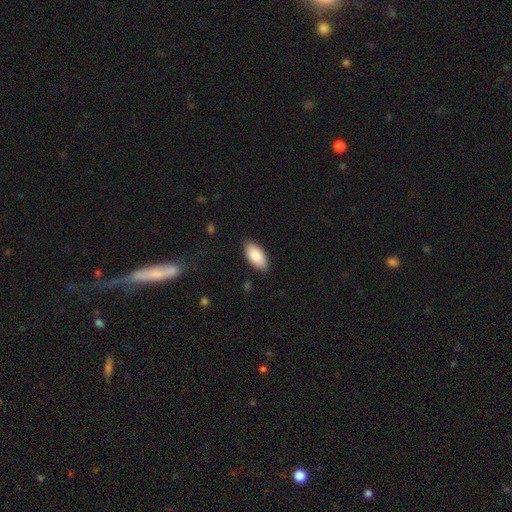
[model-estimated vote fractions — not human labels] A smooth galaxy with no disk features (87%) that is in between round and cigar-shaped (93%). Merging: none (86%).